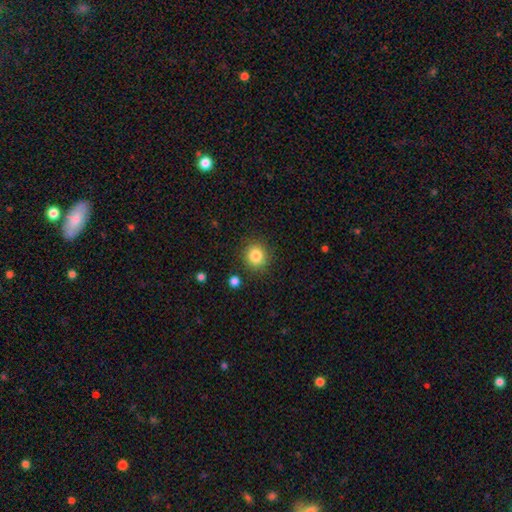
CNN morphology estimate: A smooth galaxy with no disk features (84%) that is round (87%).

Vote fractions:
- Smooth or featured? smooth: 84% / star or artifact: 10% / featured or disk: 6%
- How rounded? round: 87% / in between: 12% / cigar-shaped: 1%
- Merging? none: 87% / minor disturbance: 8% / major disturbance: 3% / merger: 2%